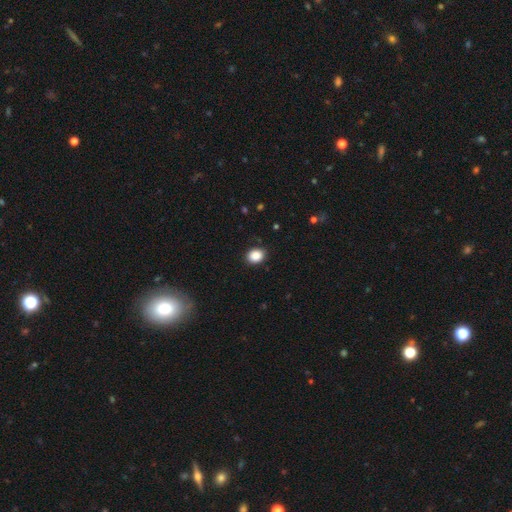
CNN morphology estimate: The model was most divided on "how rounded": round: 57%, in between: 42%, cigar-shaped: 1%. More confident: smooth or featured — smooth (88%); merging — none (88%).